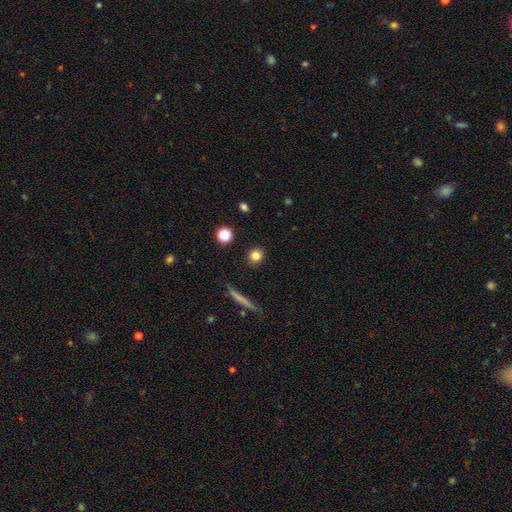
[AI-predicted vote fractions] smooth-or-featured: smooth: 81% | star or artifact: 11% | featured or disk: 8%
  how-rounded: round: 87% | in between: 11% | cigar-shaped: 2%
  merging: none: 90% | minor disturbance: 6% | major disturbance: 2% | merger: 2%